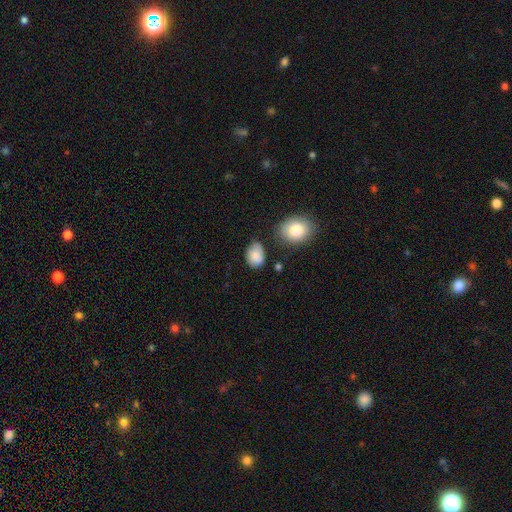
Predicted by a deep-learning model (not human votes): This is clearly a smooth galaxy (84%). How rounded: likely in between (73%). Merging: possibly none (55%).